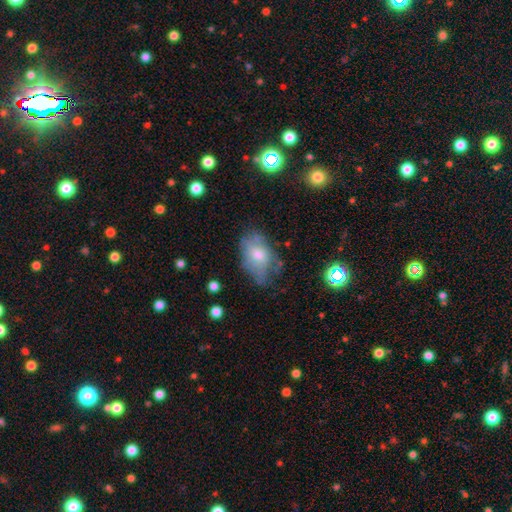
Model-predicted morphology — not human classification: Smooth or featured?
  - smooth: 50% *
  - featured or disk: 39%
  - star or artifact: 10%
How rounded?
  - in between: 86% *
  - round: 12%
  - cigar-shaped: 2%
Merging?
  - none: 53% *
  - minor disturbance: 30%
  - major disturbance: 15%
  - merger: 3%